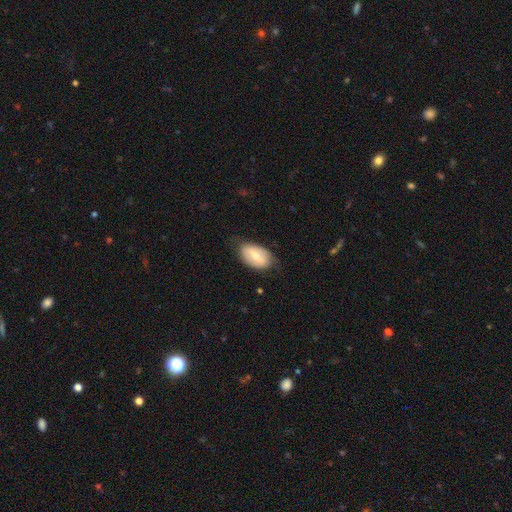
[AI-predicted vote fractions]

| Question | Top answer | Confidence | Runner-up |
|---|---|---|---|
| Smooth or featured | smooth | 56% | featured or disk (37%) |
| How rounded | in between | 92% | round (6%) |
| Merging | none | 69% | minor disturbance (24%) |